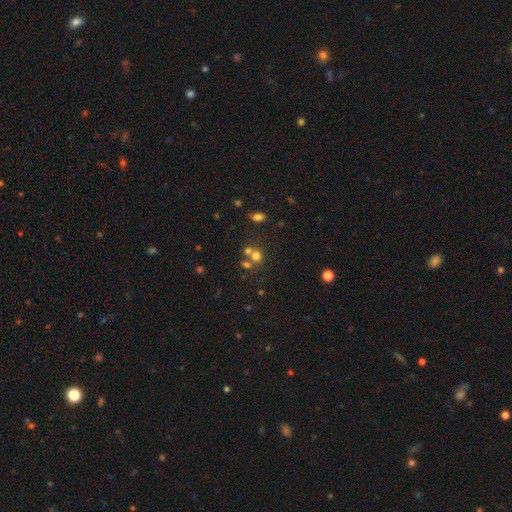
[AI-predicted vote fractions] smooth 66%, star or artifact 21%, featured or disk 13%. Down the decision tree: how rounded — round (77%); merging — none (47%).